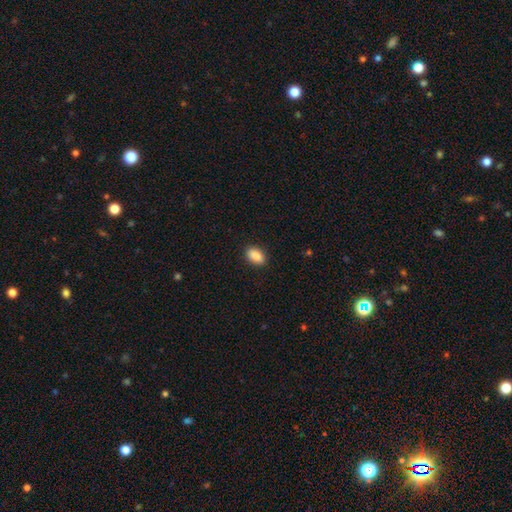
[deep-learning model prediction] Smooth or featured?
  - smooth: 89% *
  - star or artifact: 7%
  - featured or disk: 3%
How rounded?
  - in between: 91% *
  - round: 7%
  - cigar-shaped: 2%
Merging?
  - none: 89% *
  - minor disturbance: 8%
  - major disturbance: 2%
  - merger: 1%